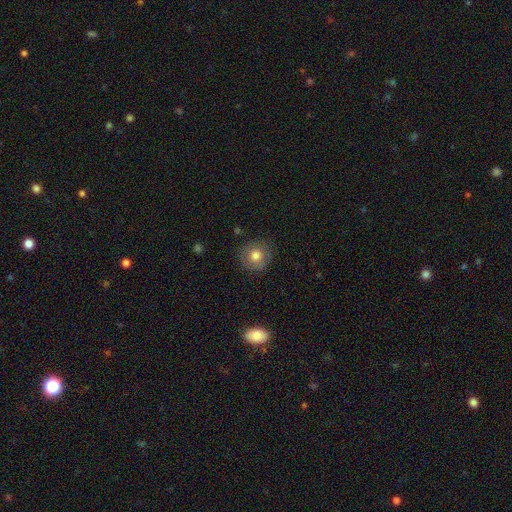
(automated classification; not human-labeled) Smooth or featured?
  - smooth: 78% *
  - featured or disk: 12%
  - star or artifact: 10%
How rounded?
  - round: 91% *
  - in between: 8%
  - cigar-shaped: 1%
Merging?
  - none: 85% *
  - minor disturbance: 11%
  - major disturbance: 3%
  - merger: 1%